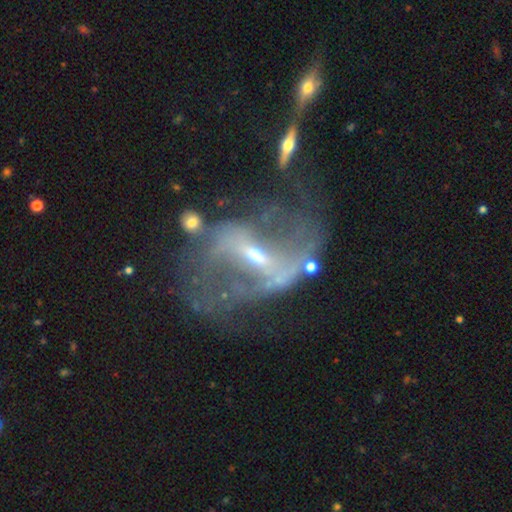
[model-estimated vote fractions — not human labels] Morphology: type=featured or disk (84%); edge-on=no (93%); bar=strong (57%); spiral arms=yes (76%); winding=loose (48%); arm count=2 (75%); bulge=small (68%); merging=none (37%).